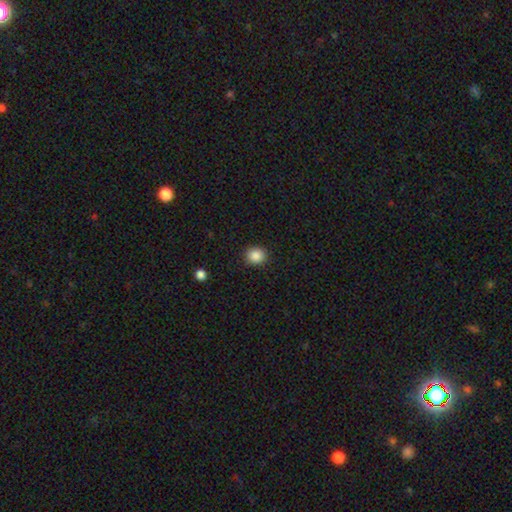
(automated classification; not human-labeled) The model was most divided on "how rounded": round: 81%, in between: 18%, cigar-shaped: 1%. More confident: merging — none (90%); smooth or featured — smooth (87%).